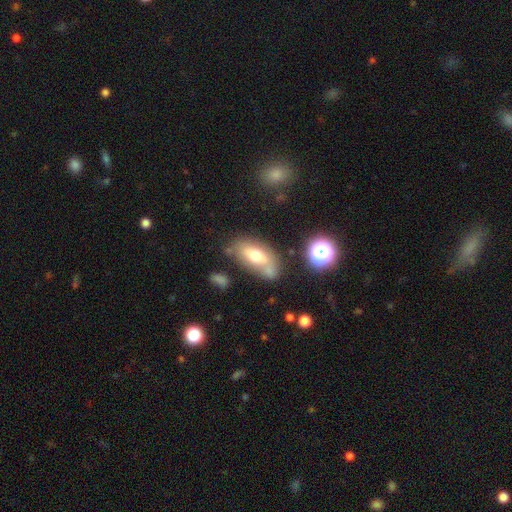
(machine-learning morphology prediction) Smooth or featured: smooth — 63% (featured or disk — 27%)
How rounded: in between — 85% (cigar-shaped — 10%)
Merging: none — 56% (minor disturbance — 22%)